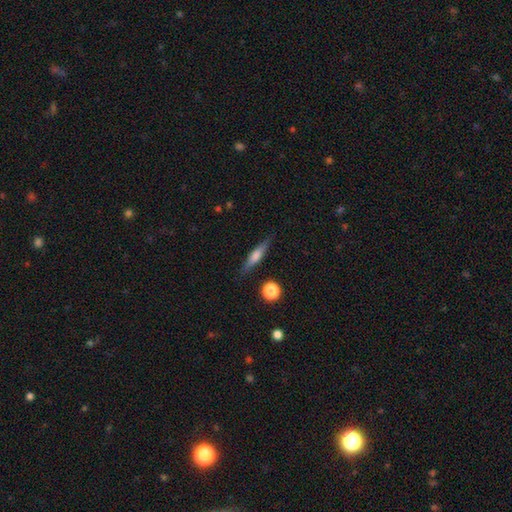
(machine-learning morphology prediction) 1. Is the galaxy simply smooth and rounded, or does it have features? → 49% featured or disk, 44% smooth, 7% star or artifact.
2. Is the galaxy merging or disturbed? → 86% none, 10% minor disturbance, 2% major disturbance, 2% merger.